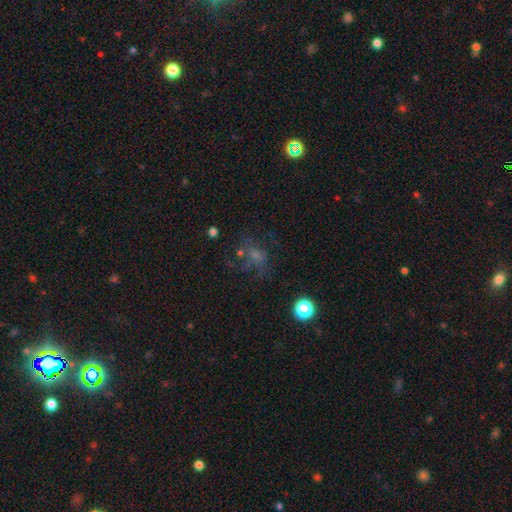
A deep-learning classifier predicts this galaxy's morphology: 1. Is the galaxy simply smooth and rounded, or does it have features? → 34% featured or disk, 33% star or artifact, 32% smooth.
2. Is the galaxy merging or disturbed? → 56% none, 21% major disturbance, 17% minor disturbance, 6% merger.